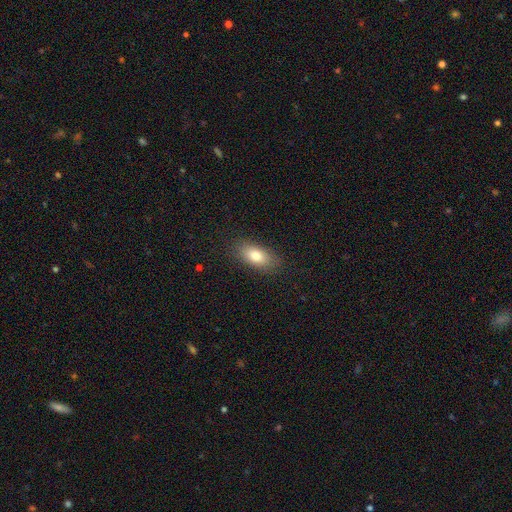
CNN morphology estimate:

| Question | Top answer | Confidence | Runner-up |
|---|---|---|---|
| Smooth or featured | smooth | 81% | featured or disk (11%) |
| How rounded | in between | 87% | cigar-shaped (8%) |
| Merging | none | 85% | minor disturbance (11%) |